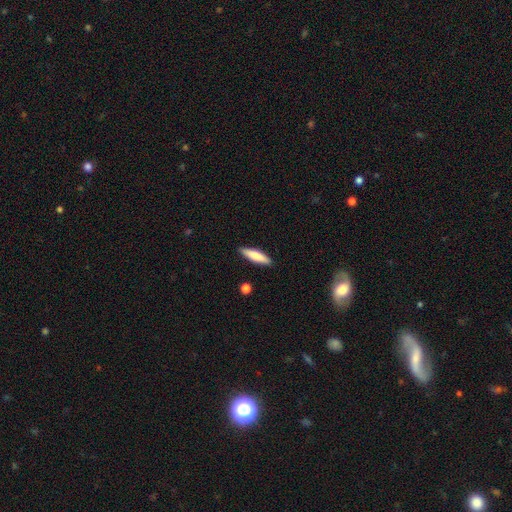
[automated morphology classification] This appears to be a smooth galaxy with no disk features (76%) that is cigar-shaped (70%). Merging: none (89%).